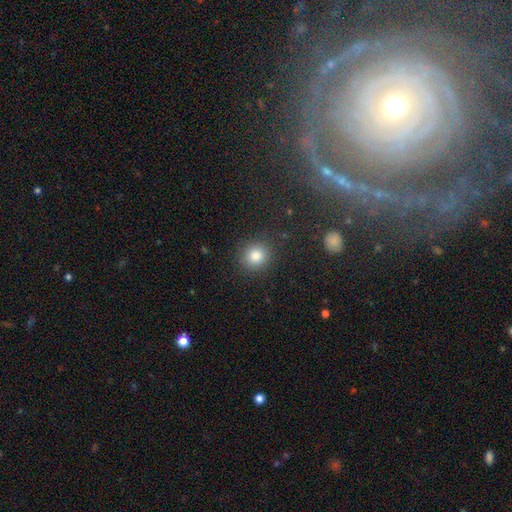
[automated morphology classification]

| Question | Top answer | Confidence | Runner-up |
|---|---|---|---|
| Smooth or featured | smooth | 83% | star or artifact (11%) |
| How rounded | round | 88% | in between (11%) |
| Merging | none | 88% | minor disturbance (7%) |